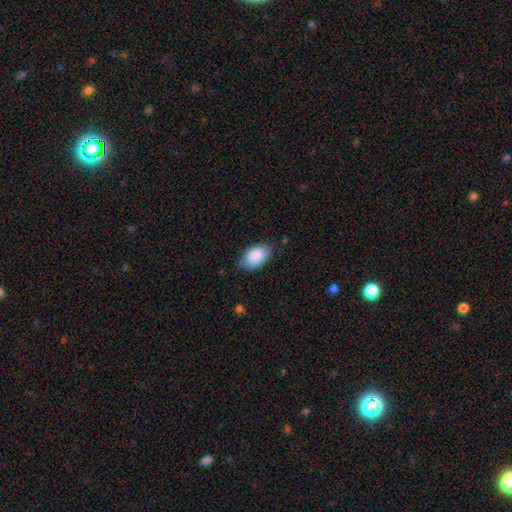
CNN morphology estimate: Smooth or featured? Predicted: smooth (p=0.88). How rounded? Predicted: in between (p=0.94). Merging? Predicted: none (p=0.79).